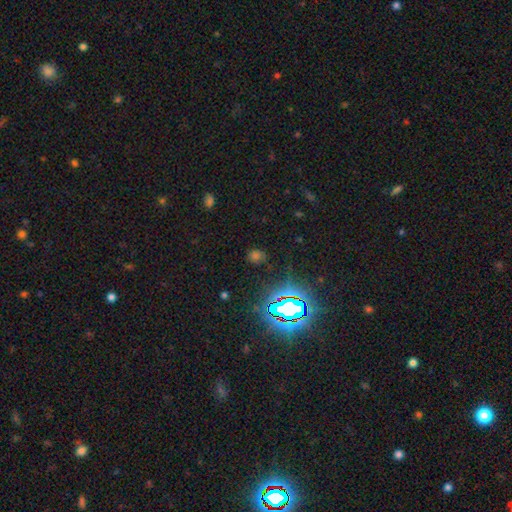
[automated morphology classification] smooth-or-featured: star or artifact: 56% | smooth: 36% | featured or disk: 8%